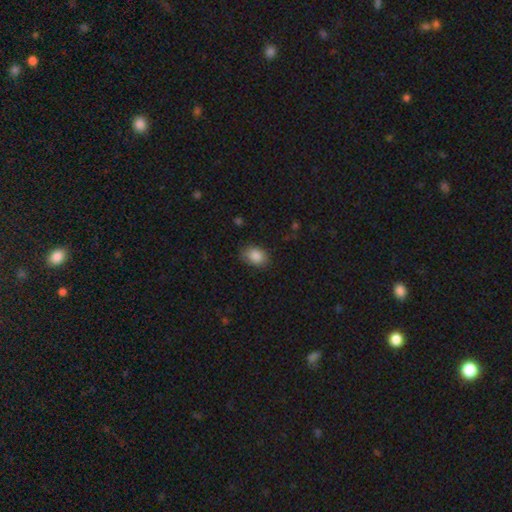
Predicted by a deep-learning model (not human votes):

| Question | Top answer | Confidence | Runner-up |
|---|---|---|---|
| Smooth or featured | smooth | 87% | star or artifact (8%) |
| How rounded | in between | 77% | round (22%) |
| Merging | none | 81% | minor disturbance (15%) |